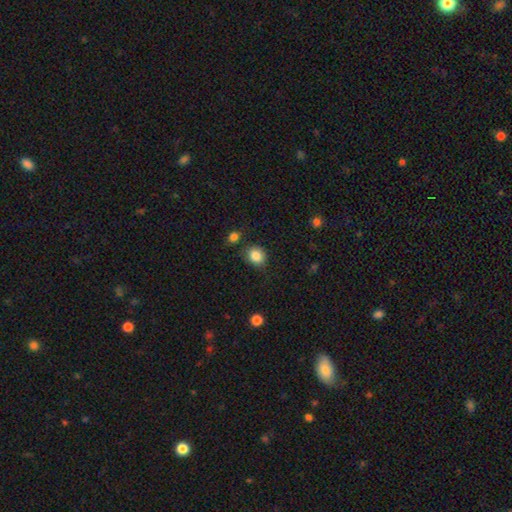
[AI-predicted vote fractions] Smooth or featured? Predicted: smooth (p=0.85). How rounded? Predicted: round (p=0.75). Merging? Predicted: none (p=0.76).